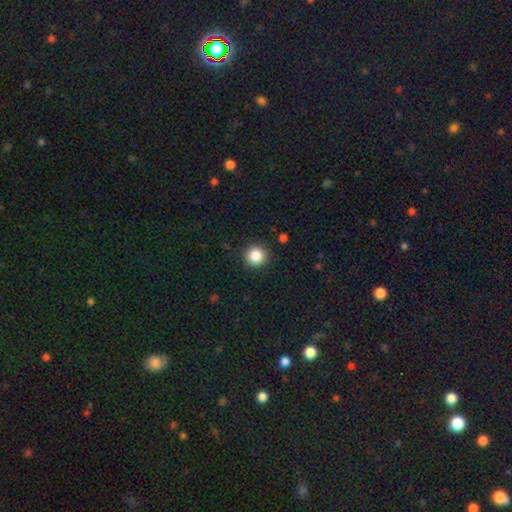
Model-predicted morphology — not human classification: This appears to be a smooth galaxy with no disk features (85%) that is round (94%). Merging: none (91%).